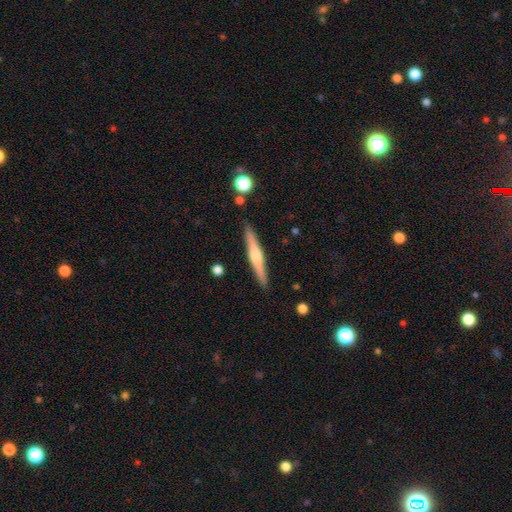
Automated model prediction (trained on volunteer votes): Overall: featured or disk (57%; smooth 37%). Edge-on disk: yes (97%). Edge-on bulge: rounded (74%). Merging: none (89%).